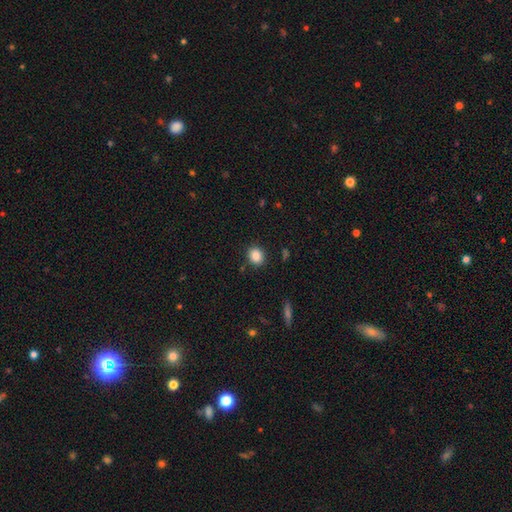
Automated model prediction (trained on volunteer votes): This is clearly a smooth galaxy (86%). How rounded: likely round (60%). Merging: clearly none (87%).